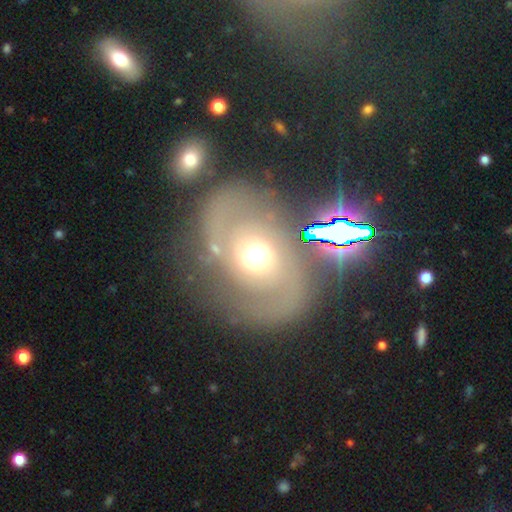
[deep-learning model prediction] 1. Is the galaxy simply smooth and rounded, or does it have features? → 65% featured or disk, 23% smooth, 12% star or artifact.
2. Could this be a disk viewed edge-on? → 95% no, 5% yes.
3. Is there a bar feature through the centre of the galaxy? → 69% no, 22% weak, 9% strong.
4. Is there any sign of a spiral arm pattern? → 71% yes, 29% no.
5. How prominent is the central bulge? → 59% moderate, 24% large, 10% small, 5% dominant, 2% none.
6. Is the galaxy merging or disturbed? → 61% none, 16% major disturbance, 16% minor disturbance, 7% merger.